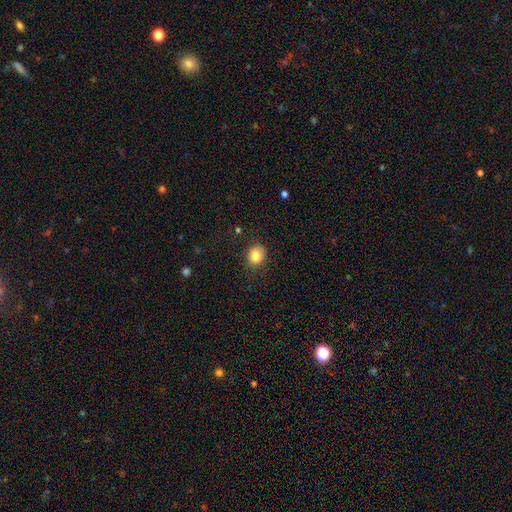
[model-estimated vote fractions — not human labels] A smooth galaxy with no disk features (84%) that is round (66%).

Vote fractions:
- Smooth or featured? smooth: 84% / star or artifact: 10% / featured or disk: 6%
- How rounded? round: 66% / in between: 34% / cigar-shaped: 1%
- Merging? none: 84% / minor disturbance: 12% / major disturbance: 3% / merger: 1%